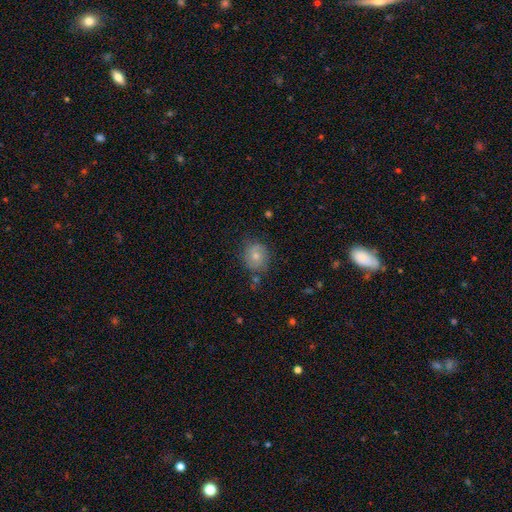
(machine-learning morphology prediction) type=smooth (69%); roundness=round (80%); merging=none (75%).